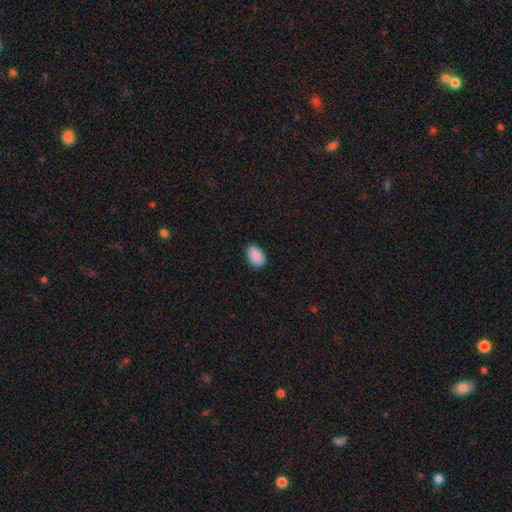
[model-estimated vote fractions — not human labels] This appears to be a smooth galaxy with no disk features (90%) that is in between round and cigar-shaped (90%). Merging: none (87%).